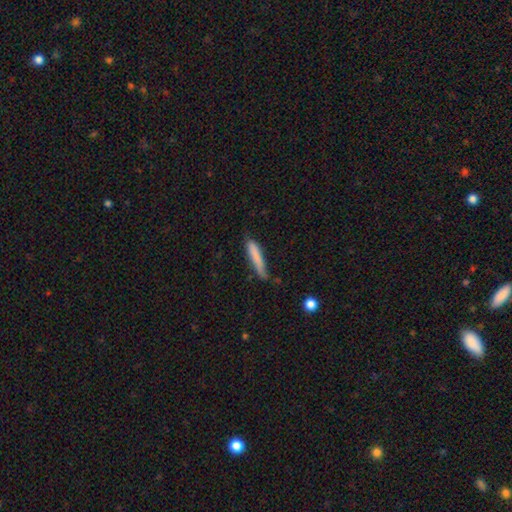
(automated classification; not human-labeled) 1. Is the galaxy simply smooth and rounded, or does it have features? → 79% smooth, 15% featured or disk, 6% star or artifact.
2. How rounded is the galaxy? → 91% cigar-shaped, 8% in between, 1% round.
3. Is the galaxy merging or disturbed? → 63% none, 28% minor disturbance, 6% major disturbance, 3% merger.